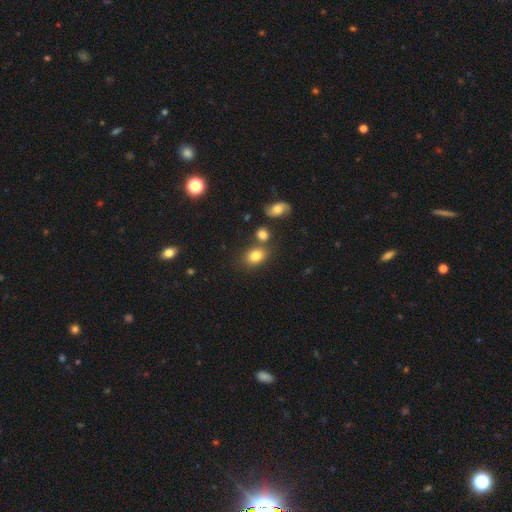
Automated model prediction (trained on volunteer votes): This is clearly a smooth galaxy (81%). How rounded: likely in between (70%). Merging: likely none (66%).